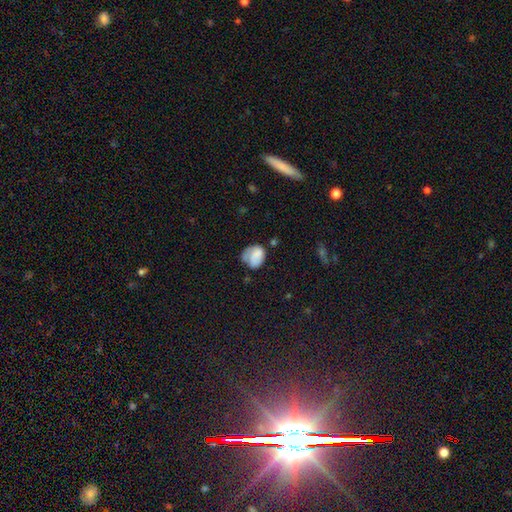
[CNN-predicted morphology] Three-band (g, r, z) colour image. It shows a smooth galaxy with no disk features (70%) that is in between round and cigar-shaped (56%). Merging: none (38%).